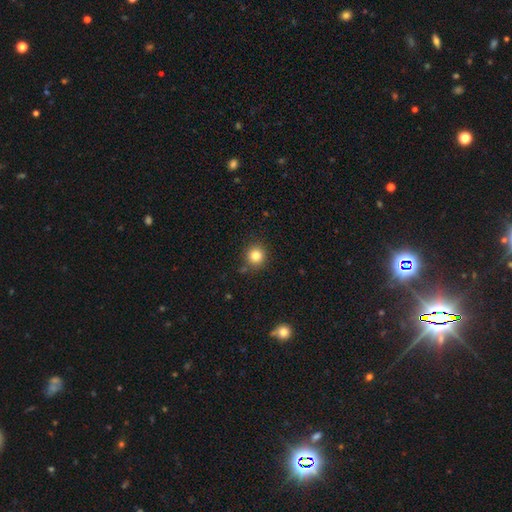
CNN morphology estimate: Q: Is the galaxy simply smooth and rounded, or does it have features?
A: smooth — 82%.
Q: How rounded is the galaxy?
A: round — 93%.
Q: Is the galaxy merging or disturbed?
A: none — 85%.